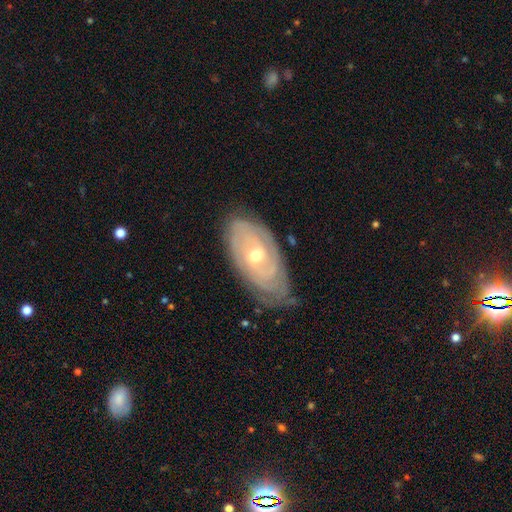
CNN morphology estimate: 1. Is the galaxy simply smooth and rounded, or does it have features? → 79% featured or disk, 16% smooth, 6% star or artifact.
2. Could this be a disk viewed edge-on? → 93% no, 7% yes.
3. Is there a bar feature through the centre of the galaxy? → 56% no, 35% weak, 9% strong.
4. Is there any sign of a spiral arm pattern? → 87% yes, 13% no.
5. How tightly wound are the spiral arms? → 74% tight, 20% medium, 6% loose.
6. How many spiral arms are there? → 48% can't tell, 25% 2, 12% 3, 6% 4, 4% 1, 4% more than 4.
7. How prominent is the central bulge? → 63% moderate, 33% small, 3% large, 1% none, 1% dominant.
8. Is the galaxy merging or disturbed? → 67% none, 24% minor disturbance, 7% major disturbance, 2% merger.